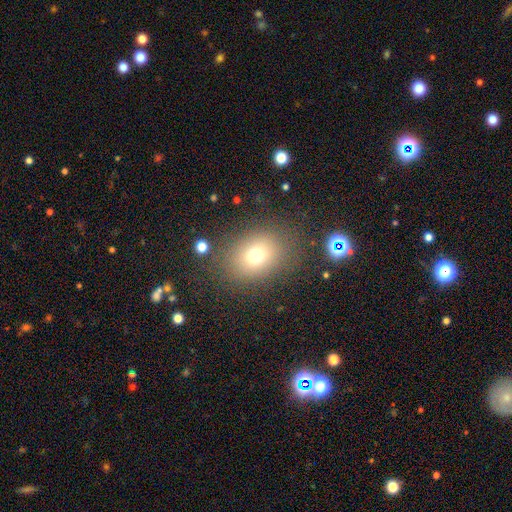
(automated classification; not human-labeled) This is likely a smooth galaxy (72%). How rounded: possibly in between (53%). Merging: likely none (80%).